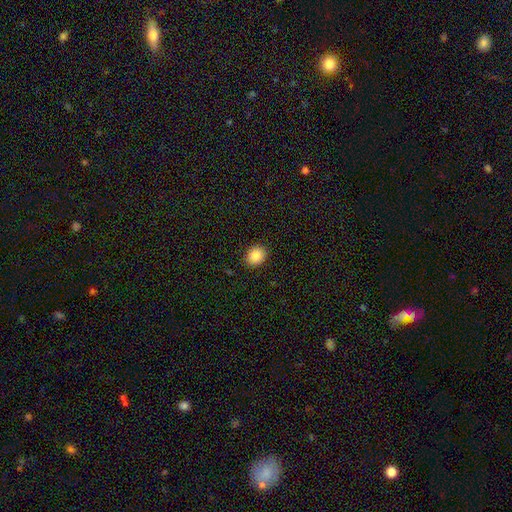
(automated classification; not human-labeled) Overall: smooth (87%). How rounded: round (55%; in between 45%). Merging: none (90%).